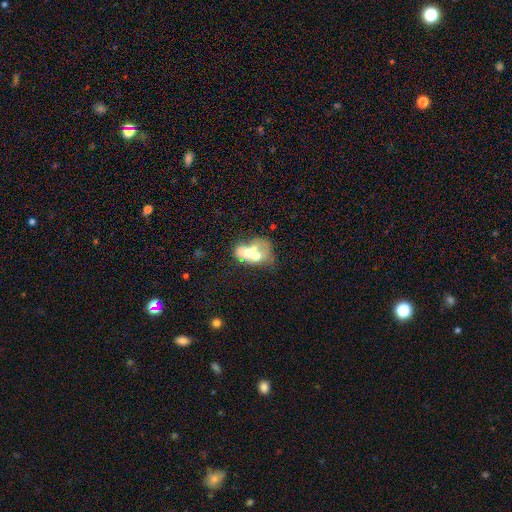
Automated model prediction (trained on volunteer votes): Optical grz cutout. It shows a featured or disk galaxy (46%). Merging: merger (69%).